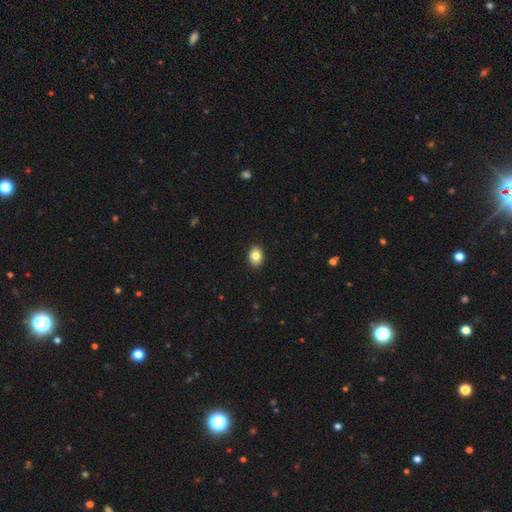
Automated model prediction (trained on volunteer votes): Overall: smooth (84%). How rounded: in between (75%). Merging: none (91%).